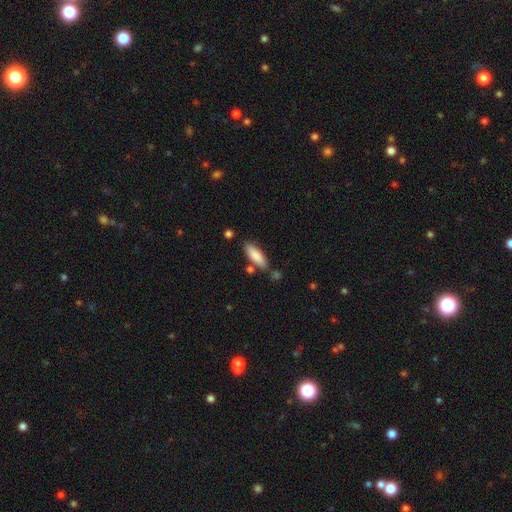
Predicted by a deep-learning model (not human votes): This is clearly a smooth galaxy (86%). How rounded: likely in between (62%). Merging: likely none (76%).